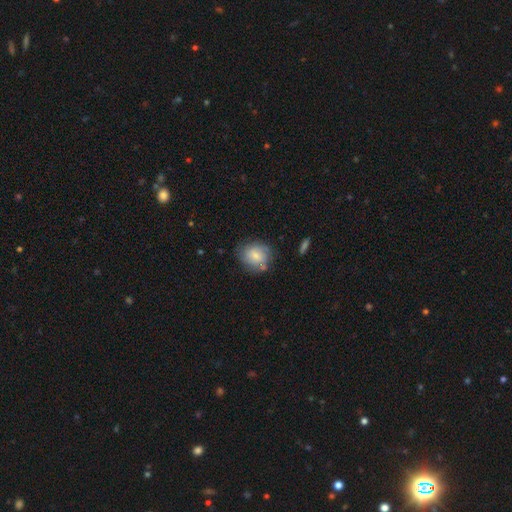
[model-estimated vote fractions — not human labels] Smooth or featured? smooth (65%)
How rounded? round (63%)
Merging? none (67%)